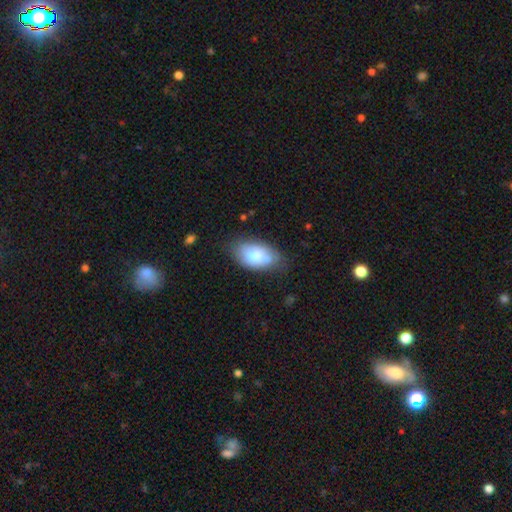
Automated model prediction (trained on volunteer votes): Smooth or featured: smooth — 64% (featured or disk — 29%)
How rounded: in between — 93% (round — 5%)
Merging: none — 54% (minor disturbance — 27%)